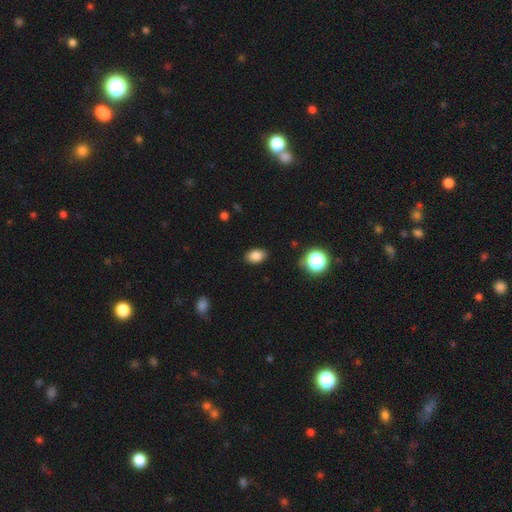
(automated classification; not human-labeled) smooth 83%, star or artifact 11%, featured or disk 6%. Down the decision tree: how rounded — in between (86%); merging — none (87%).